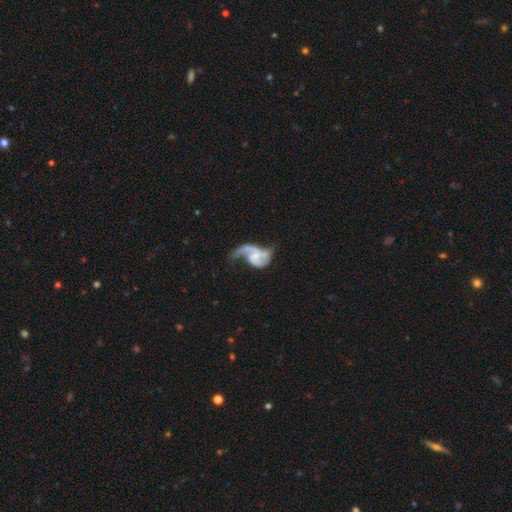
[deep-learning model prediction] This appears to be a featured or disk galaxy (82%) with no bar (49%), 2 (68%) loose (54%) spiral arms (91%) and a small central bulge (48%). Merging: major disturbance (42%).